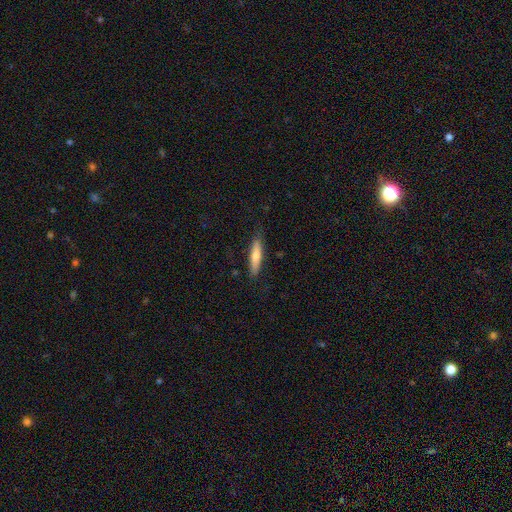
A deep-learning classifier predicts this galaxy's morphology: smooth-or-featured: smooth: 63% | featured or disk: 32% | star or artifact: 6%
  how-rounded: cigar-shaped: 85% | in between: 14% | round: 1%
  merging: none: 83% | minor disturbance: 13% | major disturbance: 2% | merger: 1%